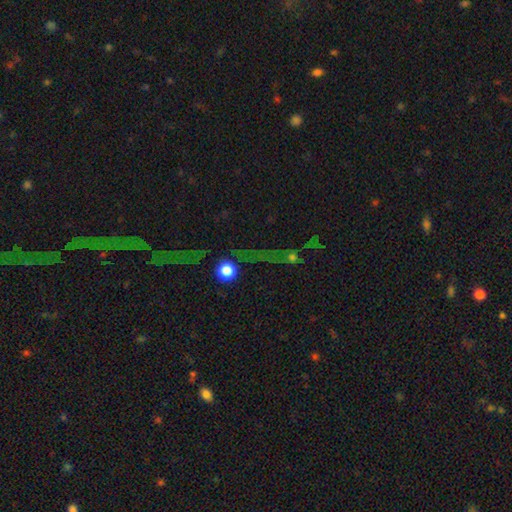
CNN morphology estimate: This appears to be a star or artifact, not a galaxy (71%).